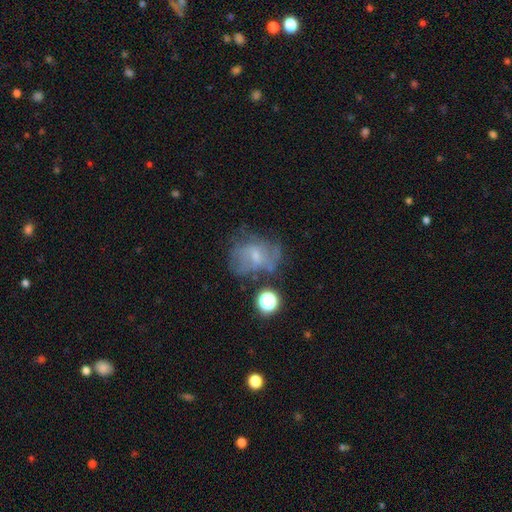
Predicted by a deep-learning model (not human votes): Smooth or featured: featured or disk — 55% (smooth — 30%)
Edge-on disk: no — 96% (yes — 4%)
Bar: no — 48% (weak — 43%)
Spiral arms: yes — 62% (no — 38%)
Bulge size: small — 59% (moderate — 26%)
Merging: none — 52% (minor disturbance — 23%)